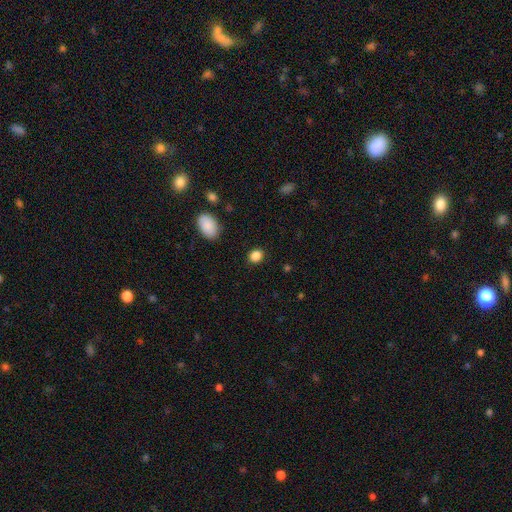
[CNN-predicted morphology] A smooth galaxy with no disk features (86%) that is round (57%).

Vote fractions:
- Smooth or featured? smooth: 86% / star or artifact: 10% / featured or disk: 4%
- How rounded? round: 57% / in between: 42% / cigar-shaped: 1%
- Merging? none: 88% / minor disturbance: 9% / major disturbance: 3% / merger: 1%